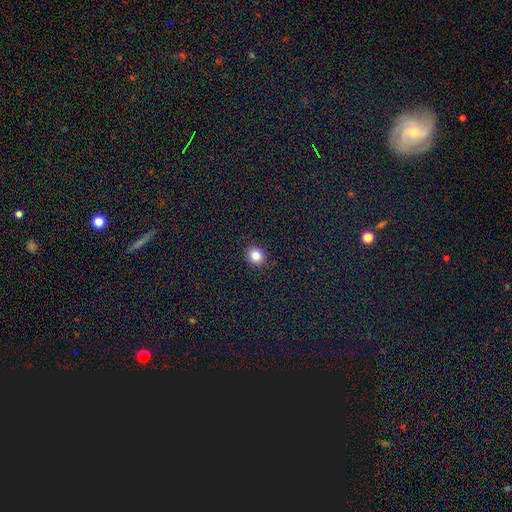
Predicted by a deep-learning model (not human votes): Smooth or featured?
  - smooth: 84% *
  - star or artifact: 11%
  - featured or disk: 5%
How rounded?
  - round: 77% *
  - in between: 22%
  - cigar-shaped: 1%
Merging?
  - none: 91% *
  - minor disturbance: 6%
  - major disturbance: 2%
  - merger: 1%